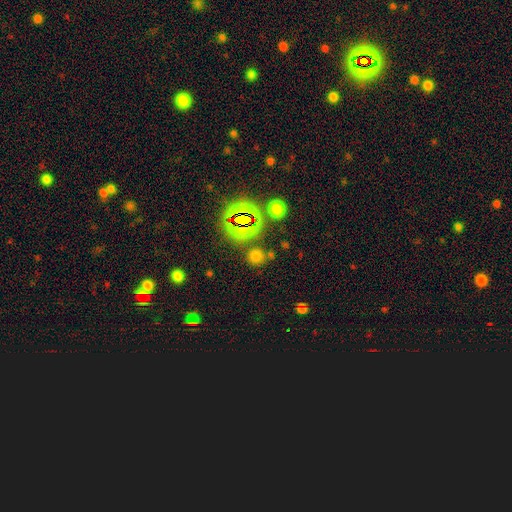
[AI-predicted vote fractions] smooth-or-featured: smooth: 60% | star or artifact: 33% | featured or disk: 6%
  how-rounded: round: 86% | in between: 12% | cigar-shaped: 1%
  merging: none: 78% | minor disturbance: 10% | merger: 8% | major disturbance: 4%